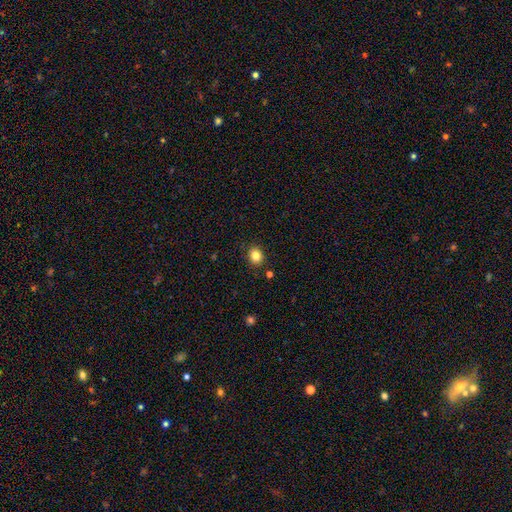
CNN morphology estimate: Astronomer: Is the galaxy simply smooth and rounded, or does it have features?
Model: smooth — 83%.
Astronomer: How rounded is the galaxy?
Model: round — 68%.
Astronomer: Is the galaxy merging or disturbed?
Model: none — 89%.